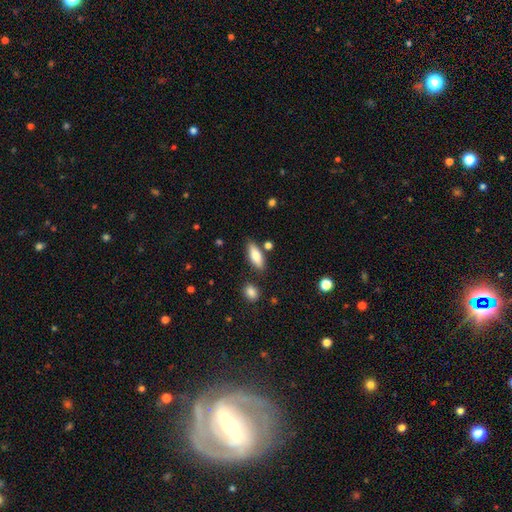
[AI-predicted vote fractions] smooth_or_featured: smooth (p=0.78) [alt: featured or disk p=0.15]
how_rounded: in between (p=0.67) [alt: cigar-shaped p=0.31]
merging: none (p=0.79) [alt: minor disturbance p=0.12]